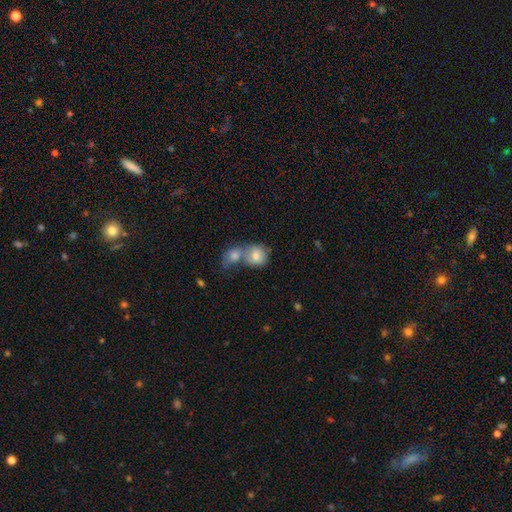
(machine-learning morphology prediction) Smooth or featured: smooth — 79% (featured or disk — 13%)
How rounded: round — 74% (in between — 25%)
Merging: merger — 66% (none — 23%)